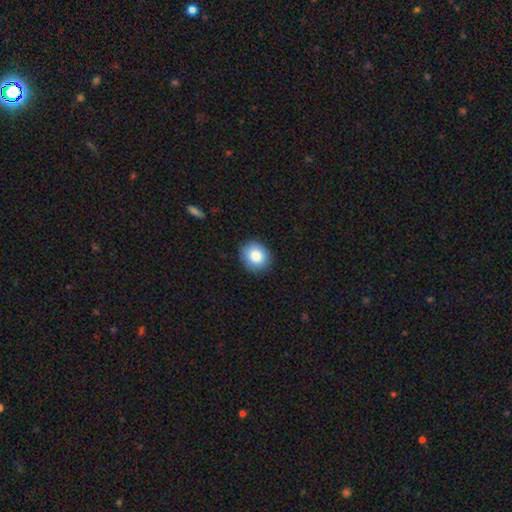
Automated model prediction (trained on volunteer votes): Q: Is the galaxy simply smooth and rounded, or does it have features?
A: smooth — 85%.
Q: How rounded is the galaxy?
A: round — 68%.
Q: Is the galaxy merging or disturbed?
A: none — 87%.